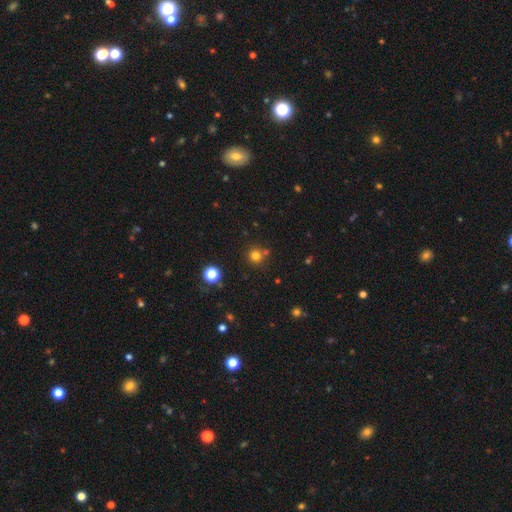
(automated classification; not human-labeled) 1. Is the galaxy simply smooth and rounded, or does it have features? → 77% smooth, 18% star or artifact, 6% featured or disk.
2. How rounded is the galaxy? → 93% round, 6% in between, 1% cigar-shaped.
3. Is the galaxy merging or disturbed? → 75% none, 13% merger, 8% minor disturbance, 3% major disturbance.